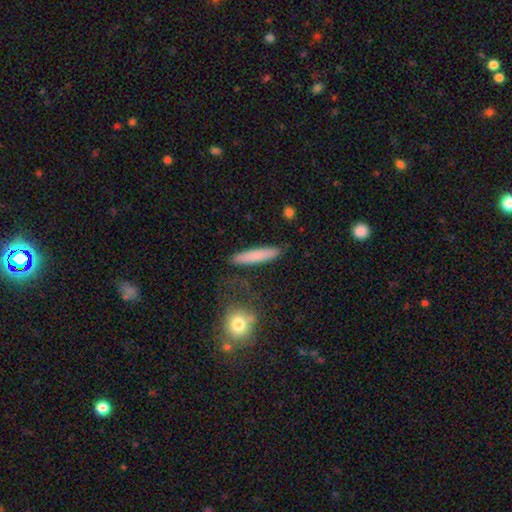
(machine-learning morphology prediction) smooth 76%, featured or disk 17%, star or artifact 7%. Down the decision tree: how rounded — cigar-shaped (89%); merging — none (83%).